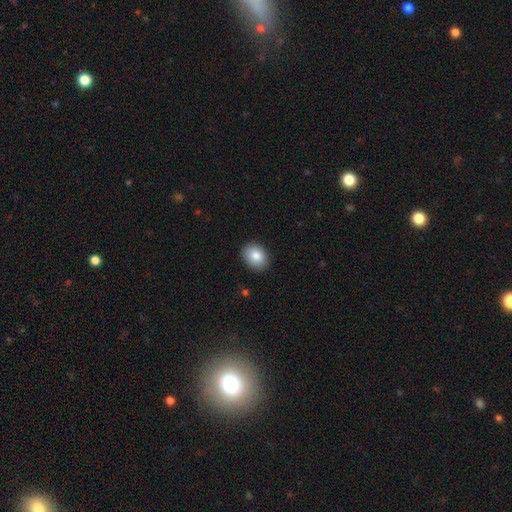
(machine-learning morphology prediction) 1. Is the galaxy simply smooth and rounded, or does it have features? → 86% smooth, 8% star or artifact, 7% featured or disk.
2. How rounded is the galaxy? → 69% in between, 31% round, 1% cigar-shaped.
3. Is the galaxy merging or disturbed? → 89% none, 8% minor disturbance, 2% major disturbance, 1% merger.